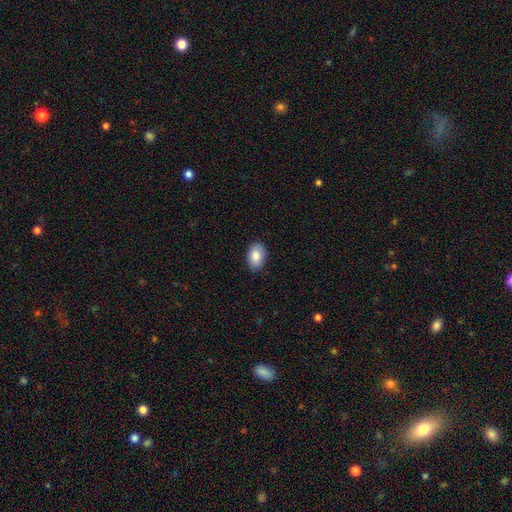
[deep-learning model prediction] A smooth galaxy with no disk features (86%) that is in between round and cigar-shaped (87%). Merging: none (86%).